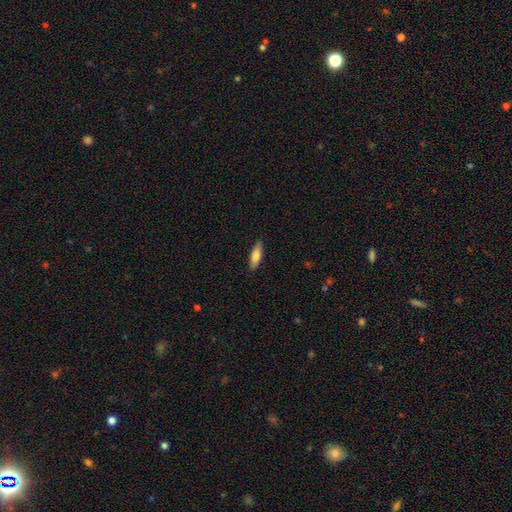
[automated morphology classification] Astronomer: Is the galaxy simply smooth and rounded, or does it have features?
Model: smooth — 75%.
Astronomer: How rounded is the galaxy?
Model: cigar-shaped — 56% (runner-up: in between, 42%).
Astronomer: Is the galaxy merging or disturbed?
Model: none — 89%.